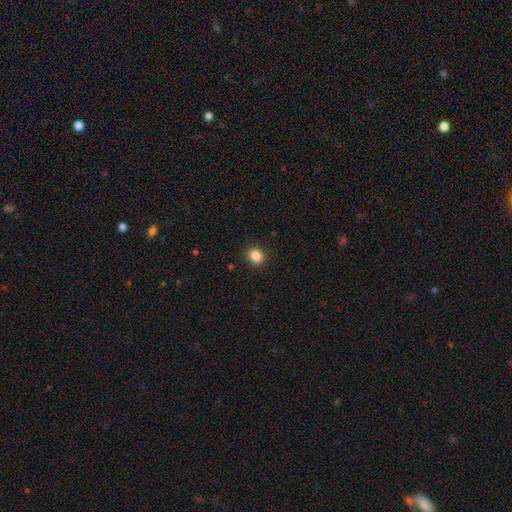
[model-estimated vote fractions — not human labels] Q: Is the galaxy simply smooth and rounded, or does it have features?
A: smooth — 86%.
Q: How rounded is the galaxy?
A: round — 60%.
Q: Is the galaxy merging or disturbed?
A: none — 90%.